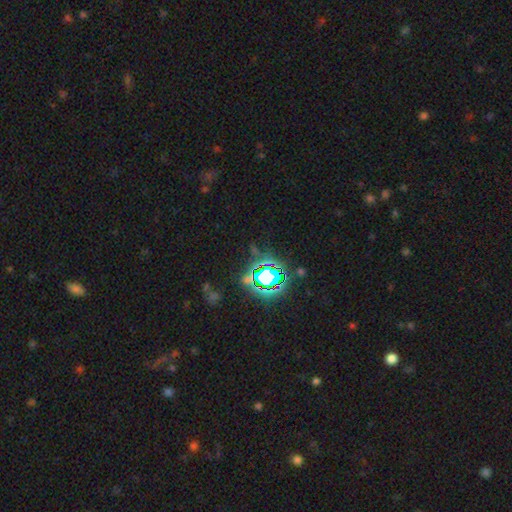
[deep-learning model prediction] A star or artifact, not a galaxy (80%).